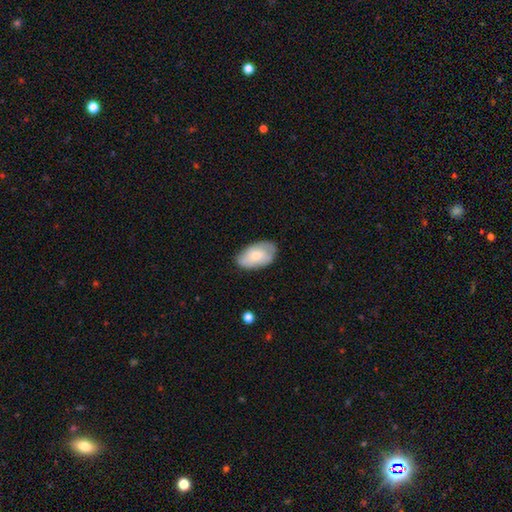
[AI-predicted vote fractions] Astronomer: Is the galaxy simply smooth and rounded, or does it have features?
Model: smooth — 69%.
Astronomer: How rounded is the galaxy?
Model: in between — 93%.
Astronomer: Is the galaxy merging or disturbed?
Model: none — 74%.